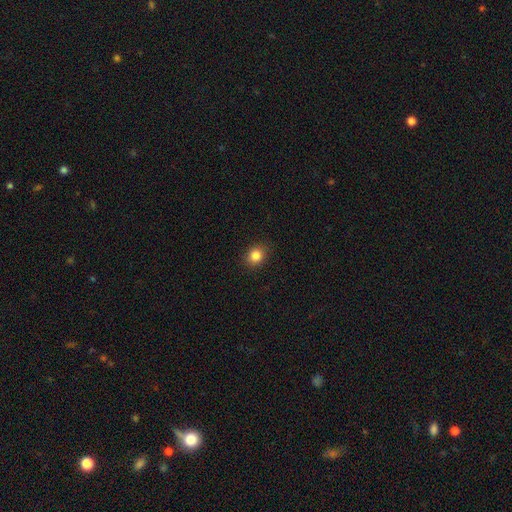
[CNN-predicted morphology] Smooth or featured?
  - smooth: 84% *
  - star or artifact: 11%
  - featured or disk: 5%
How rounded?
  - round: 68% *
  - in between: 31%
  - cigar-shaped: 1%
Merging?
  - none: 89% *
  - minor disturbance: 8%
  - major disturbance: 2%
  - merger: 1%